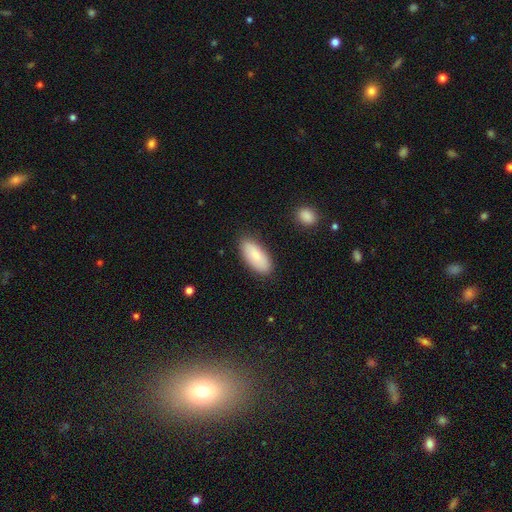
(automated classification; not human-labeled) Smooth or featured: smooth — 82% (featured or disk — 12%)
How rounded: in between — 86% (cigar-shaped — 12%)
Merging: none — 85% (minor disturbance — 11%)